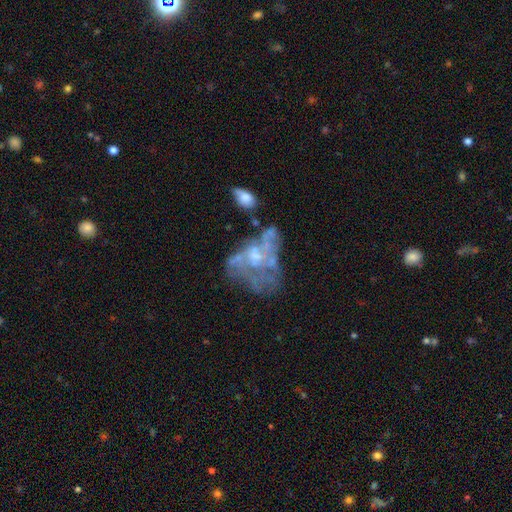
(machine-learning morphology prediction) This appears to be a featured or disk galaxy (69%) with no bar (84%), no spiral arms (78%) and no central bulge (35%). Merging: major disturbance (33%).